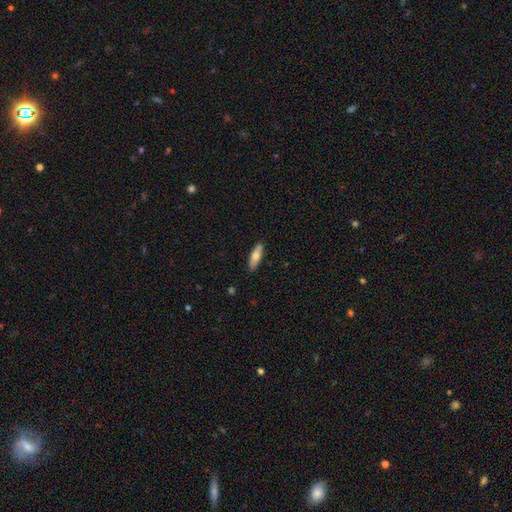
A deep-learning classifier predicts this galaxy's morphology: type=smooth (67%); roundness=in between (52%); merging=none (86%).